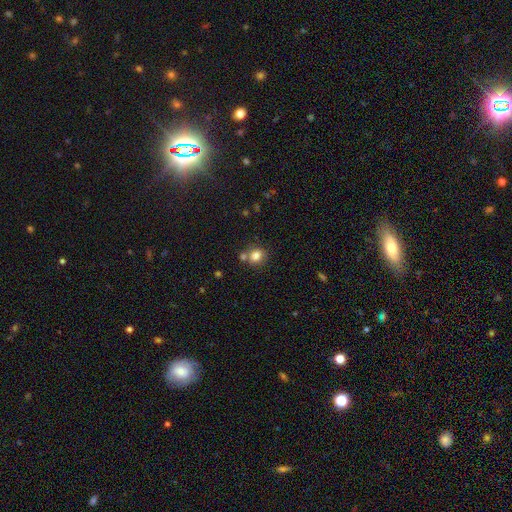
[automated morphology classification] type=smooth (80%); roundness=round (75%); merging=none (63%).